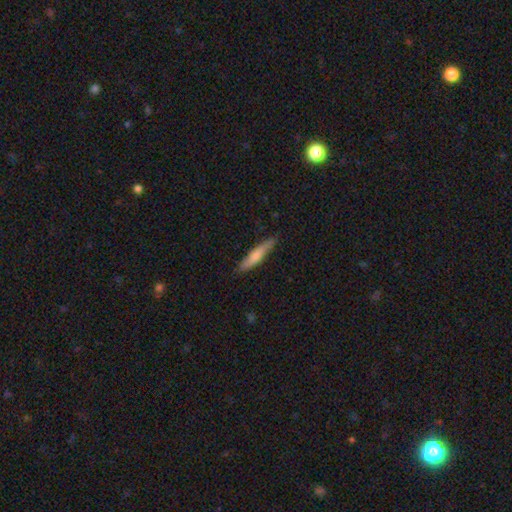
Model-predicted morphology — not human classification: The model was most divided on "smooth or featured": smooth: 55%, featured or disk: 39%, star or artifact: 6%. More confident: how rounded — cigar-shaped (91%); merging — none (85%).